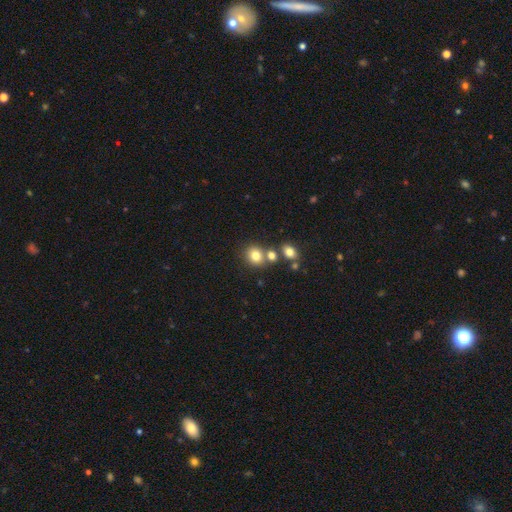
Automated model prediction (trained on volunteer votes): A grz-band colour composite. It shows a smooth galaxy with no disk features (78%) that is round (72%). Merging: none (61%).